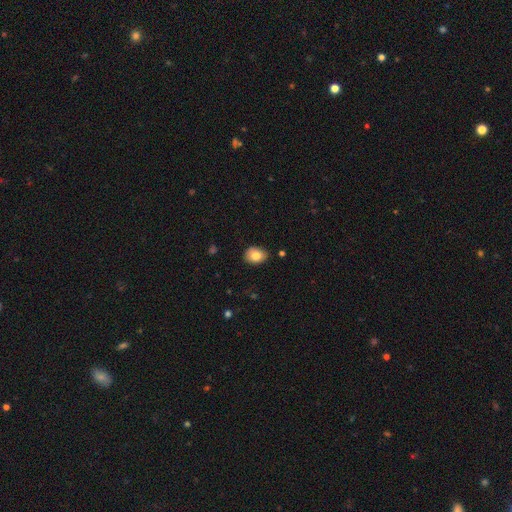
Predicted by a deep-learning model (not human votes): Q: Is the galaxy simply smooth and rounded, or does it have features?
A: smooth — 80%.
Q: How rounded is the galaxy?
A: in between — 69%.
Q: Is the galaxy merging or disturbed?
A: none — 82%.